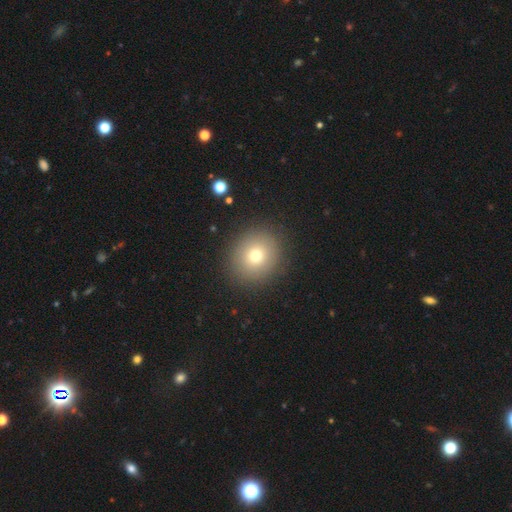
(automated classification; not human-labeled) This is likely a smooth galaxy (73%). How rounded: clearly round (84%). Merging: clearly none (89%).